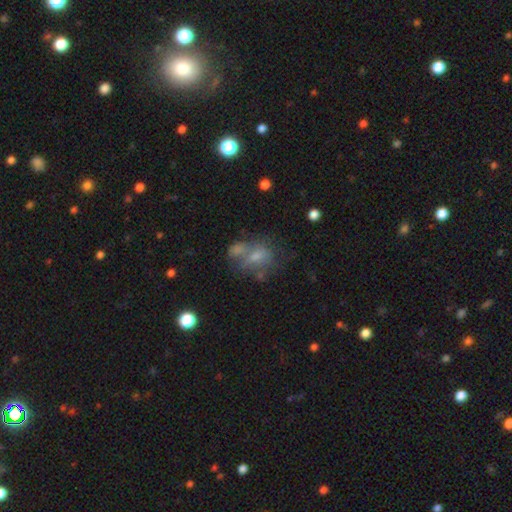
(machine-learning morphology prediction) Smooth or featured? smooth (55%)
How rounded? in between (65%)
Merging? merger (37%)